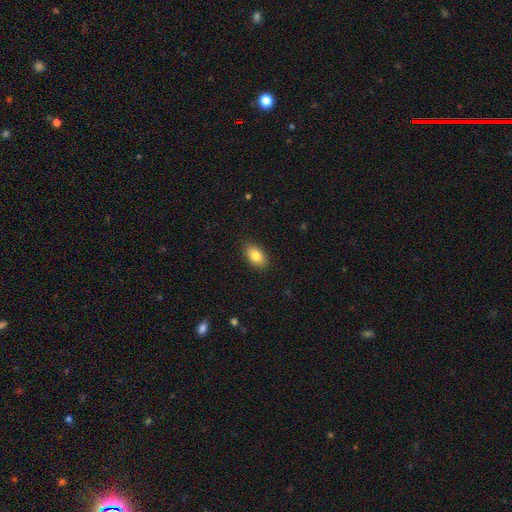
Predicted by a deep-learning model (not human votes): Smooth or featured? smooth (82%)
How rounded? in between (90%)
Merging? none (88%)